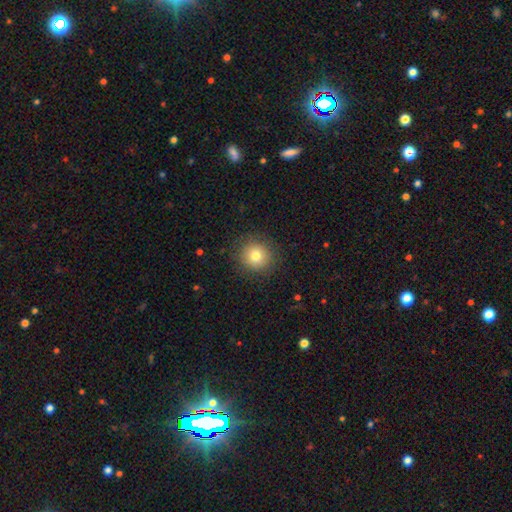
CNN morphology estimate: This is likely a smooth galaxy (78%). How rounded: clearly round (92%). Merging: clearly none (89%).